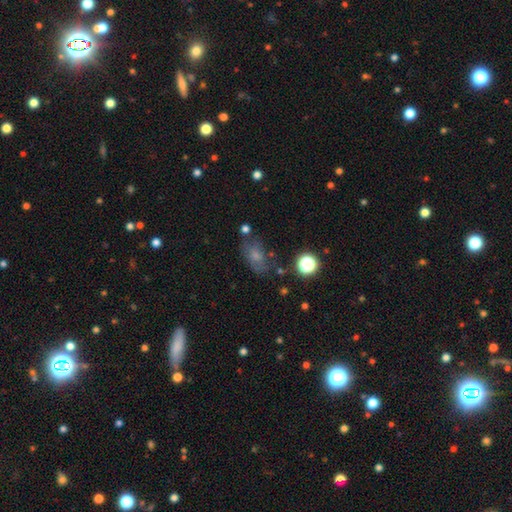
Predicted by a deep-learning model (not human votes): Q: Smooth or featured?
A: smooth (60%); runner-up: featured or disk (22%)
Q: How rounded?
A: in between (79%); runner-up: round (18%)
Q: Merging?
A: none (58%); runner-up: minor disturbance (24%)